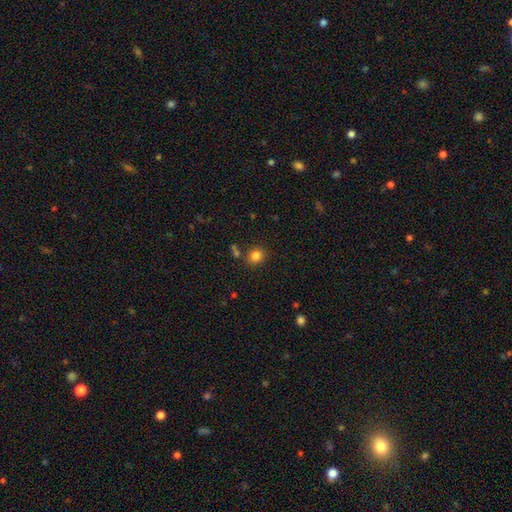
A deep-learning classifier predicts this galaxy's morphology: A smooth galaxy with no disk features (82%) that is round (78%). Merging: none (81%).